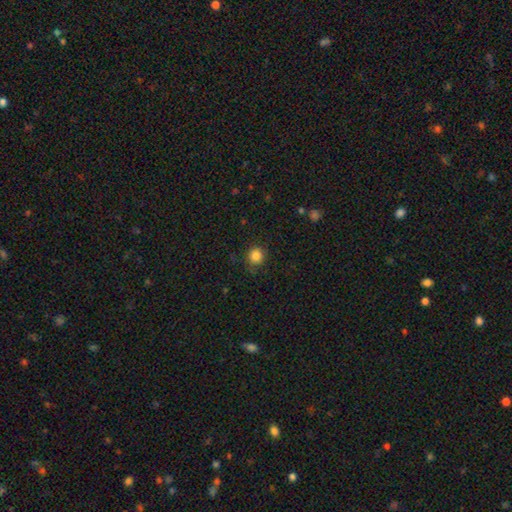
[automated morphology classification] A smooth galaxy with no disk features (84%) that is round (89%). Merging: none (82%).